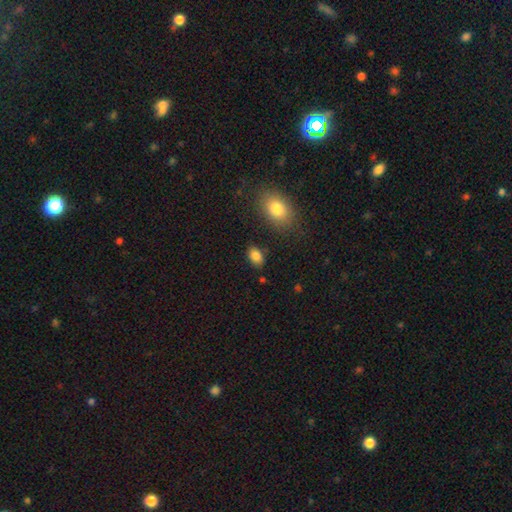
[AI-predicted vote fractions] smooth-or-featured: smooth: 85% | star or artifact: 9% | featured or disk: 6%
  how-rounded: in between: 86% | round: 12% | cigar-shaped: 2%
  merging: none: 84% | minor disturbance: 11% | merger: 3% | major disturbance: 3%